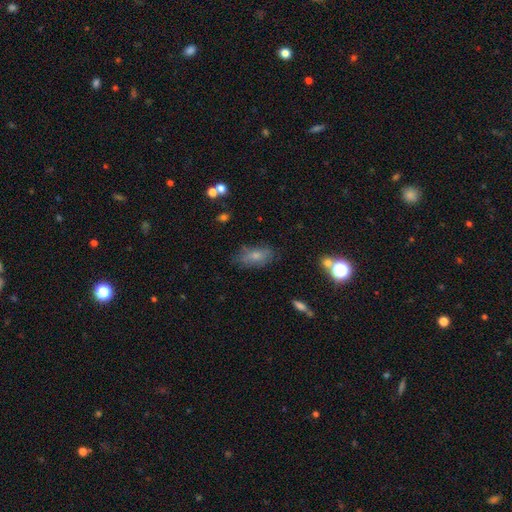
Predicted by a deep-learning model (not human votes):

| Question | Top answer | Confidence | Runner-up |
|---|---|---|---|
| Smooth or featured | smooth | 70% | featured or disk (20%) |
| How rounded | in between | 85% | cigar-shaped (9%) |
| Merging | none | 69% | minor disturbance (21%) |